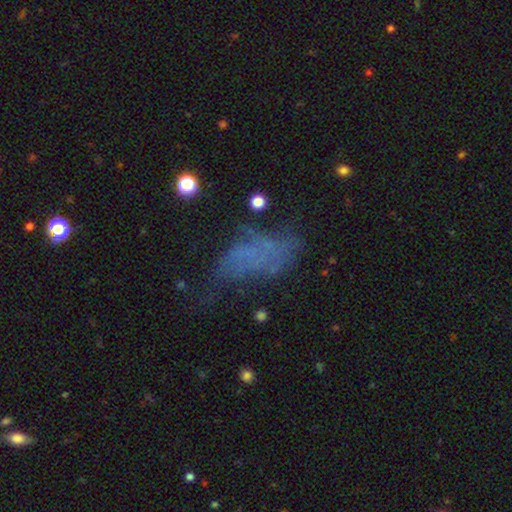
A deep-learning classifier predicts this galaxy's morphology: This is marginally a smooth galaxy (43%). Merging: marginally major disturbance (35%).